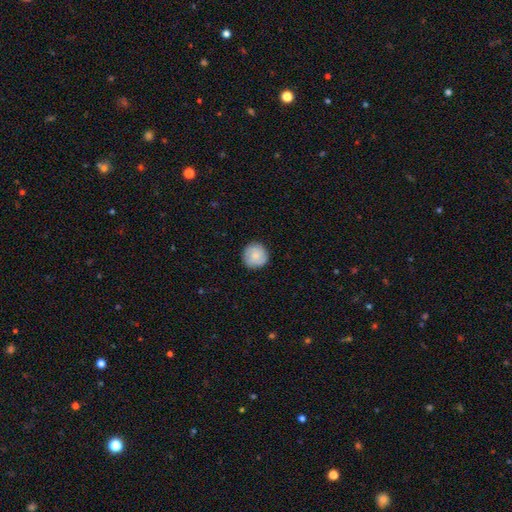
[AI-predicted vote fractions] Smooth or featured? smooth (67%)
How rounded? round (94%)
Merging? none (88%)